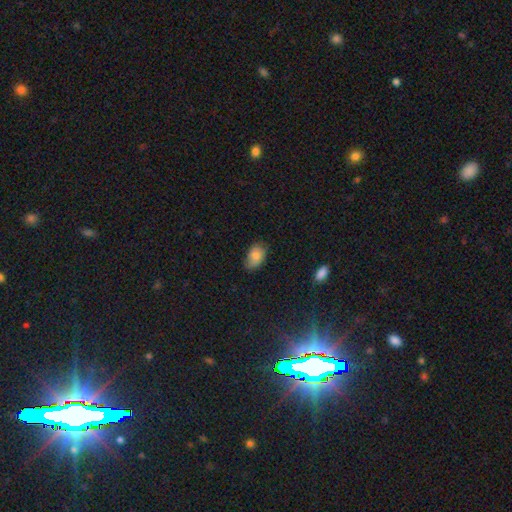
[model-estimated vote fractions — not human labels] This is likely a smooth galaxy (78%). How rounded: clearly in between (88%). Merging: likely none (64%).